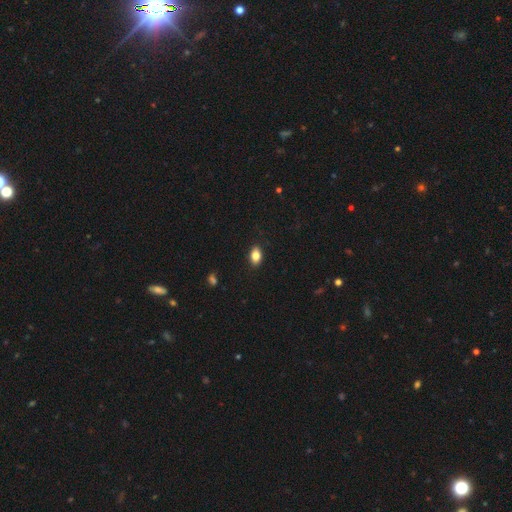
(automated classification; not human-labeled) A smooth galaxy with no disk features (83%) that is in between round and cigar-shaped (85%). Merging: none (87%).